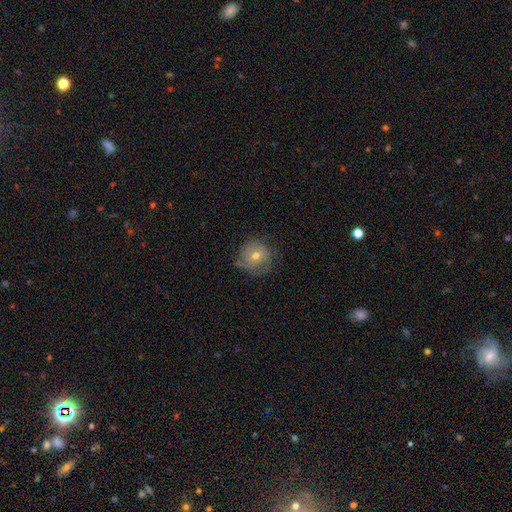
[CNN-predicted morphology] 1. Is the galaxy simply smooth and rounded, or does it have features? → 45% smooth, 44% featured or disk, 11% star or artifact.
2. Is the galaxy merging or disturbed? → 64% none, 24% minor disturbance, 10% major disturbance, 1% merger.